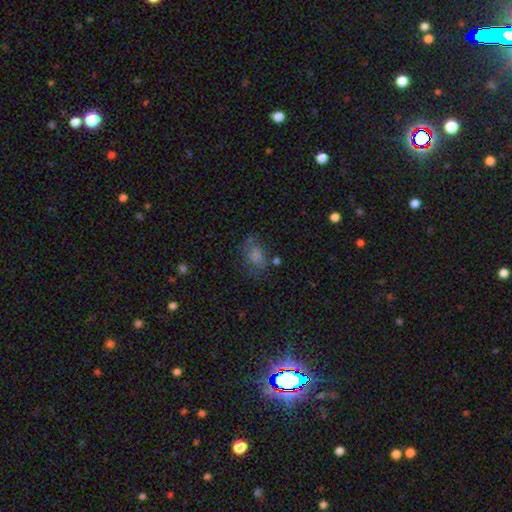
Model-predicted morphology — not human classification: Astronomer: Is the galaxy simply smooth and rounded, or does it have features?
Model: smooth — 68%.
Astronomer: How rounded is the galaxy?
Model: in between — 77%.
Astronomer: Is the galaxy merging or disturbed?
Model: none — 50% (runner-up: minor disturbance, 26%).